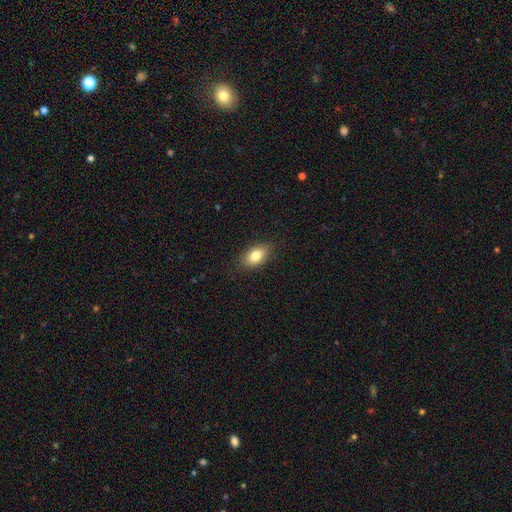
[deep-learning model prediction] Smooth or featured? Predicted: smooth (p=0.81). How rounded? Predicted: in between (p=0.88). Merging? Predicted: none (p=0.86).